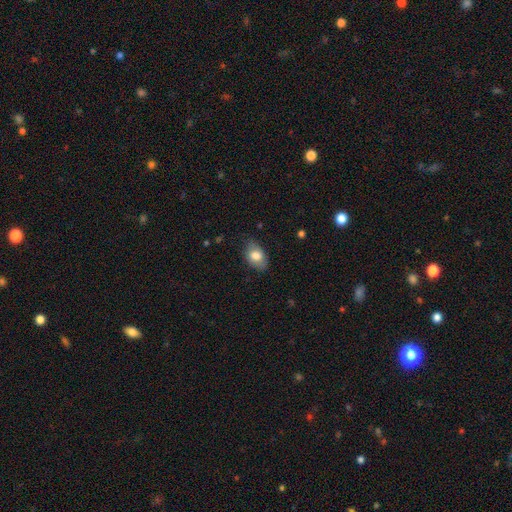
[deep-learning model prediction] This is likely a smooth galaxy (78%). How rounded: clearly in between (87%). Merging: likely none (72%).